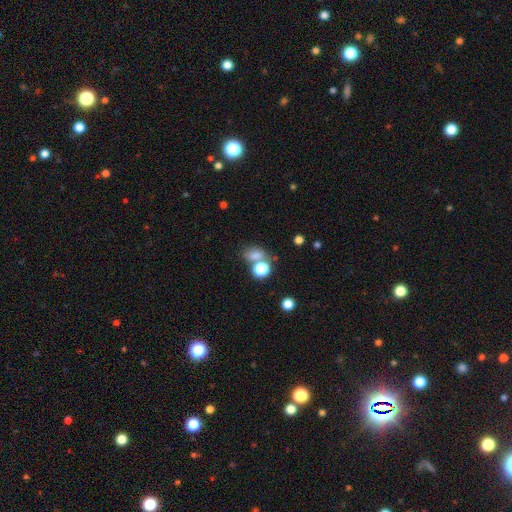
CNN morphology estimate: smooth-or-featured: smooth: 71% | star or artifact: 19% | featured or disk: 10%
  how-rounded: in between: 58% | round: 40% | cigar-shaped: 2%
  merging: none: 45% | merger: 35% | minor disturbance: 13% | major disturbance: 8%